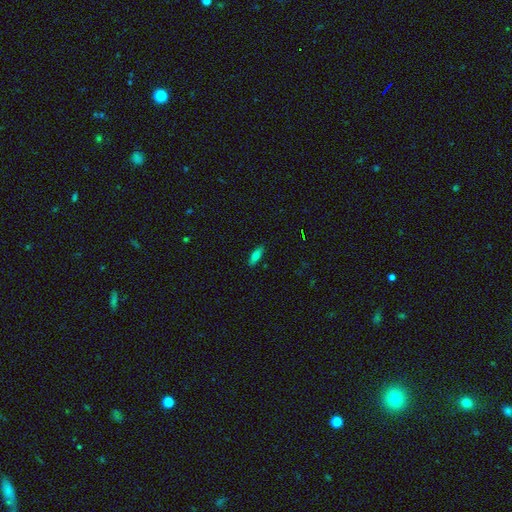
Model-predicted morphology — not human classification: Smooth or featured? smooth (73%)
How rounded? in between (63%)
Merging? none (87%)